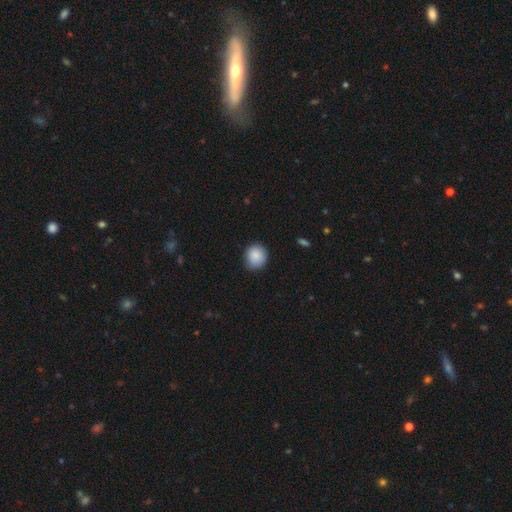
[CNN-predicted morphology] This appears to be a smooth galaxy with no disk features (88%) that is round (84%). Merging: none (80%).